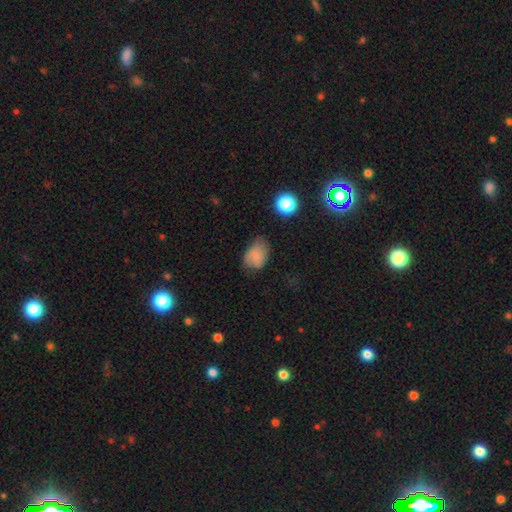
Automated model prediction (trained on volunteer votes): A smooth galaxy with no disk features (78%) that is in between round and cigar-shaped (75%).

Vote fractions:
- Smooth or featured? smooth: 78% / featured or disk: 11% / star or artifact: 11%
- How rounded? in between: 75% / round: 24% / cigar-shaped: 1%
- Merging? none: 49% / minor disturbance: 37% / major disturbance: 12% / merger: 2%